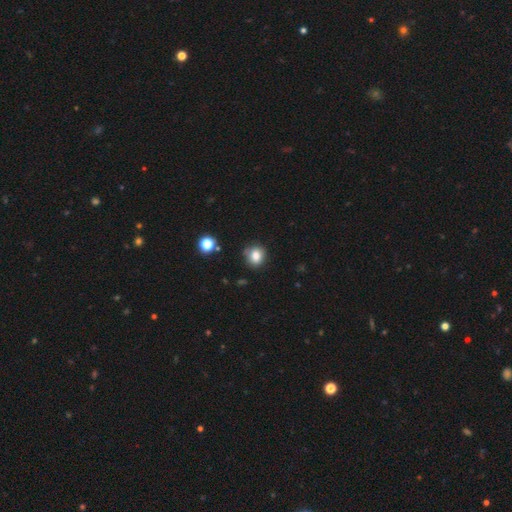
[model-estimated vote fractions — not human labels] A smooth galaxy with no disk features (82%) that is round (75%).

Vote fractions:
- Smooth or featured? smooth: 82% / star or artifact: 12% / featured or disk: 6%
- How rounded? round: 75% / in between: 25% / cigar-shaped: 1%
- Merging? none: 77% / minor disturbance: 16% / merger: 4% / major disturbance: 3%